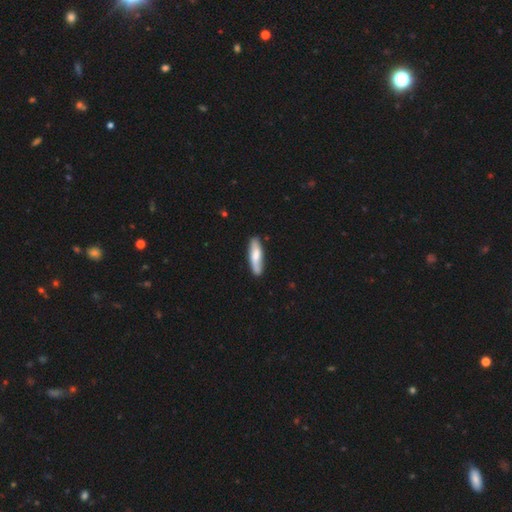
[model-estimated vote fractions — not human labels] Smooth or featured: smooth — 65% (featured or disk — 30%)
How rounded: cigar-shaped — 66% (in between — 32%)
Merging: none — 84% (minor disturbance — 13%)